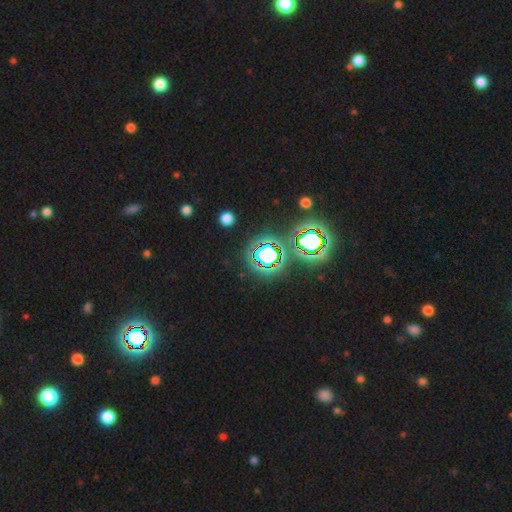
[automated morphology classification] A star or artifact, not a galaxy (82%).